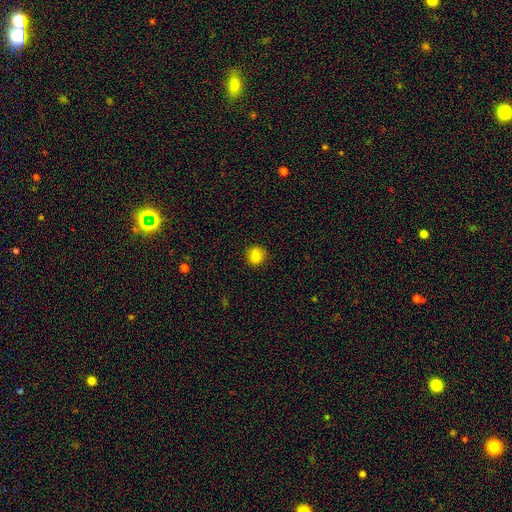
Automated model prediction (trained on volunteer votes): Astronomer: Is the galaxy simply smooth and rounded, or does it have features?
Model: smooth — 85%.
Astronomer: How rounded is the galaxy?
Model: round — 89%.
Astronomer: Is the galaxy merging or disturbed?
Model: none — 90%.